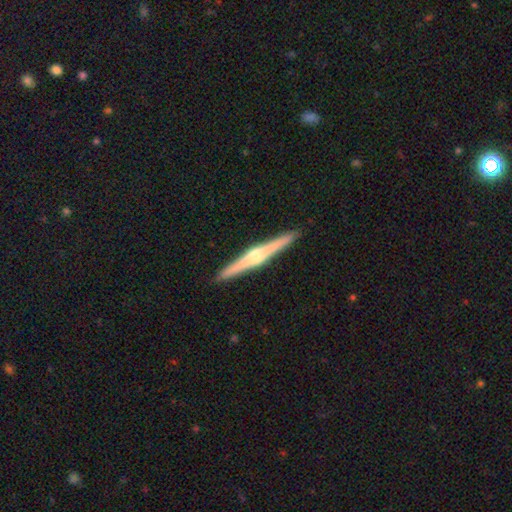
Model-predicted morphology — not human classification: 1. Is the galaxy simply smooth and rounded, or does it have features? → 80% featured or disk, 15% smooth, 5% star or artifact.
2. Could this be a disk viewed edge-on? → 98% yes, 2% no.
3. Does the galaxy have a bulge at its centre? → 89% rounded, 6% boxy, 5% none.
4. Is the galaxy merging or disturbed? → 92% none, 5% minor disturbance, 1% major disturbance, 1% merger.